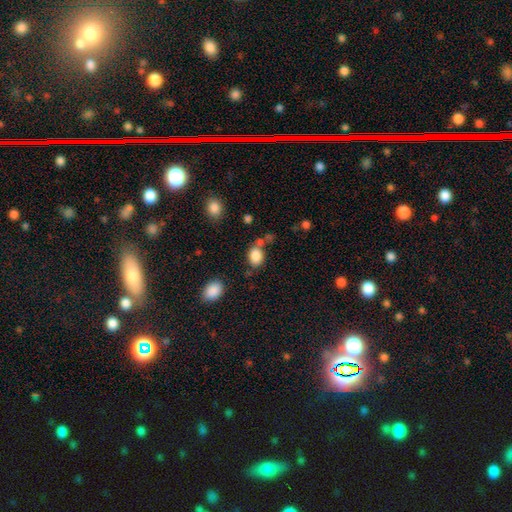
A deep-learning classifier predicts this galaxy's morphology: Smooth or featured?
  - smooth: 85% *
  - star or artifact: 9%
  - featured or disk: 6%
How rounded?
  - in between: 60% *
  - round: 39%
  - cigar-shaped: 1%
Merging?
  - none: 64% *
  - minor disturbance: 16%
  - merger: 15%
  - major disturbance: 5%